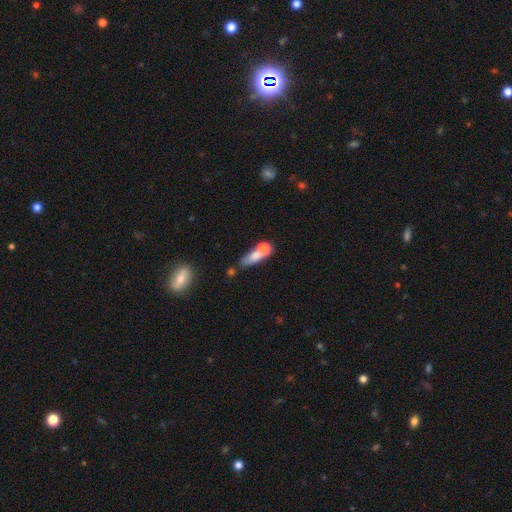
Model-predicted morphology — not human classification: This is likely a smooth galaxy (65%). How rounded: possibly in between (47%). Merging: possibly merger (49%).